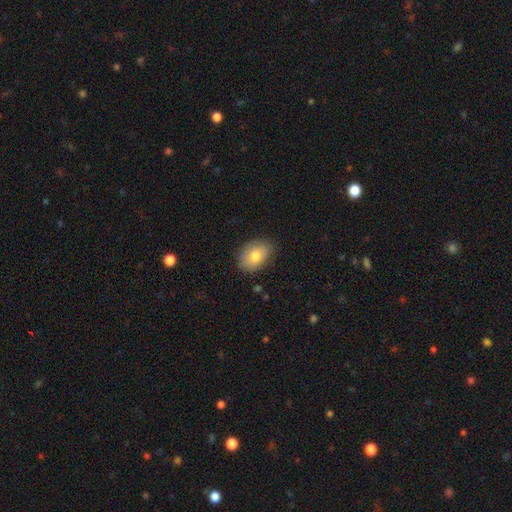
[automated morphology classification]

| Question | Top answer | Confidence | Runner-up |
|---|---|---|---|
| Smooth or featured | smooth | 77% | featured or disk (15%) |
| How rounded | in between | 77% | round (21%) |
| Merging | none | 82% | minor disturbance (14%) |